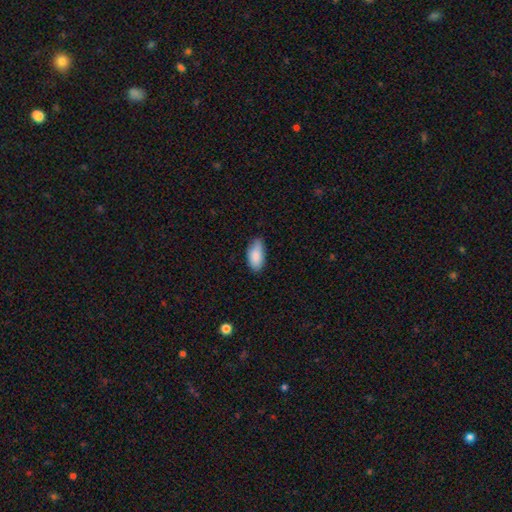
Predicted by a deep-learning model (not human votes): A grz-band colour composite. It shows a smooth galaxy with no disk features (87%) that is in between round and cigar-shaped (92%). Merging: none (73%).